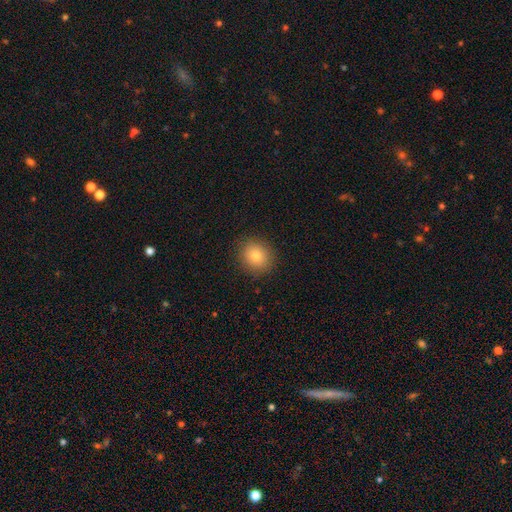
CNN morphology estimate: Overall: smooth (80%). How rounded: round (80%). Merging: none (90%).